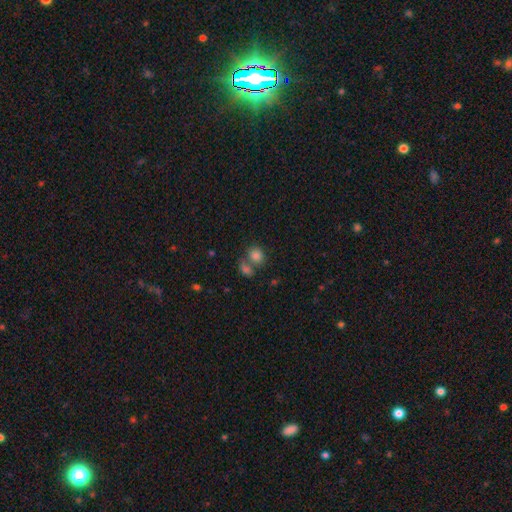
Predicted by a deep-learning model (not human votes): smooth_or_featured: smooth (p=0.82) [alt: star or artifact p=0.11]
how_rounded: round (p=0.60) [alt: in between p=0.39]
merging: none (p=0.43) [alt: merger p=0.42]